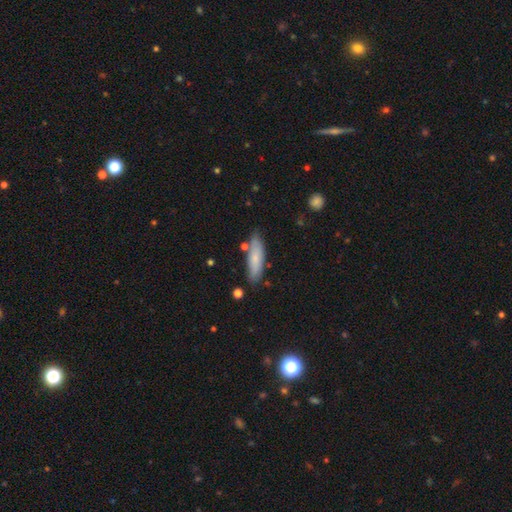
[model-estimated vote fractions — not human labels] A smooth galaxy with no disk features (74%) that is cigar-shaped (60%). Merging: none (79%).